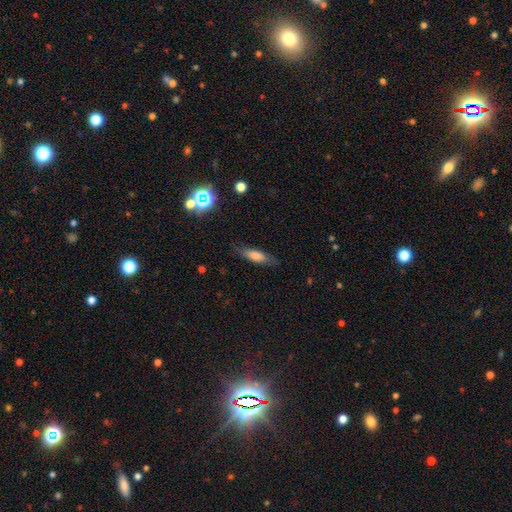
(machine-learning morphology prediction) A smooth galaxy with no disk features (68%) that is cigar-shaped (50%).

Vote fractions:
- Smooth or featured? smooth: 68% / featured or disk: 23% / star or artifact: 8%
- How rounded? cigar-shaped: 50% / in between: 47% / round: 2%
- Merging? none: 78% / minor disturbance: 16% / major disturbance: 4% / merger: 1%